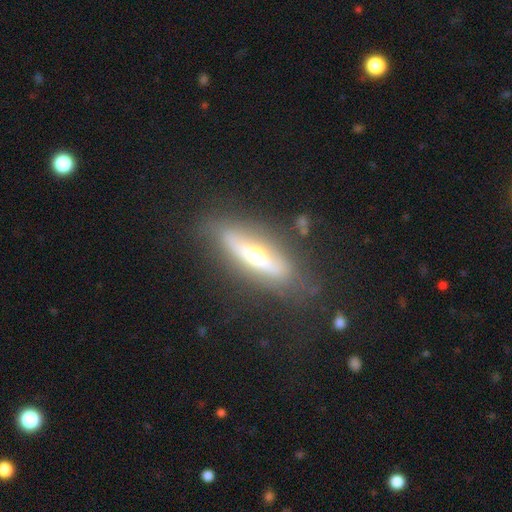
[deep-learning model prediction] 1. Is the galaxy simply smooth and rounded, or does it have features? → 65% featured or disk, 29% smooth, 6% star or artifact.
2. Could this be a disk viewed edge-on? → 65% yes, 35% no.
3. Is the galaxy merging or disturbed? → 74% none, 17% minor disturbance, 7% major disturbance, 3% merger.